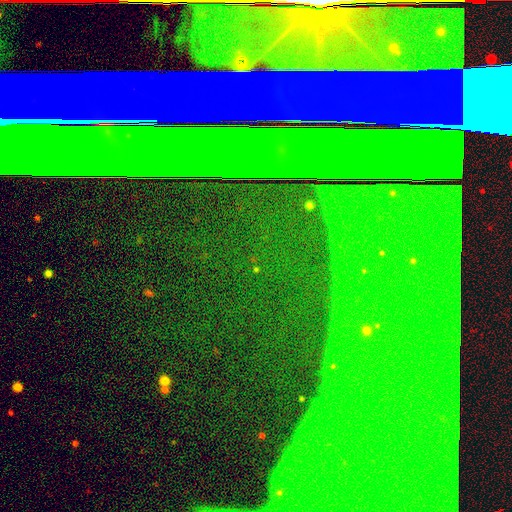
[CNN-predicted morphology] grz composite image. It shows a star or artifact, not a galaxy (84%).